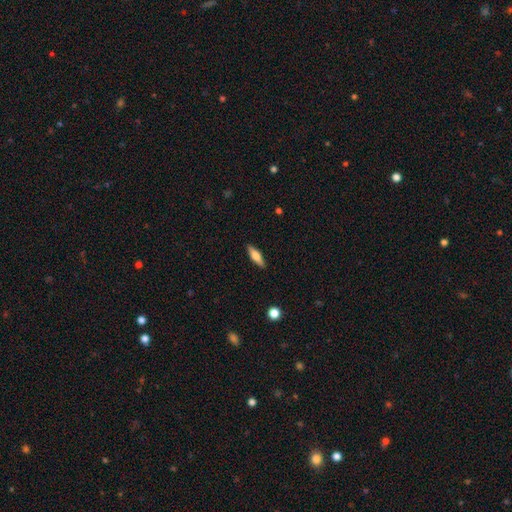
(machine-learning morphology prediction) Overall: smooth (58%; featured or disk 36%). How rounded: cigar-shaped (59%; in between 39%). Merging: none (89%).